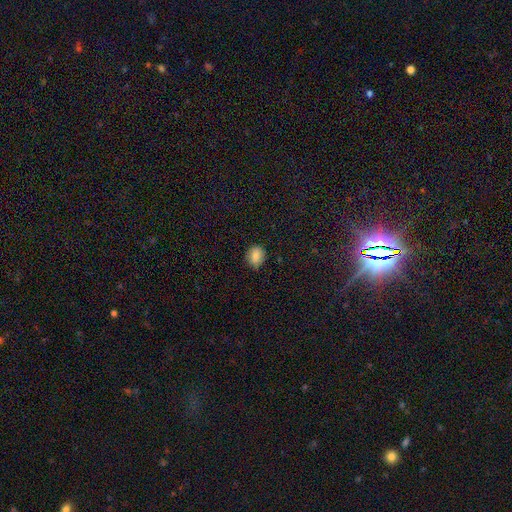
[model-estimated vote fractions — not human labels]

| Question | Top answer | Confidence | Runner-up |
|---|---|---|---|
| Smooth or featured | smooth | 84% | star or artifact (10%) |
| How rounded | round | 57% | in between (42%) |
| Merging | none | 80% | minor disturbance (16%) |